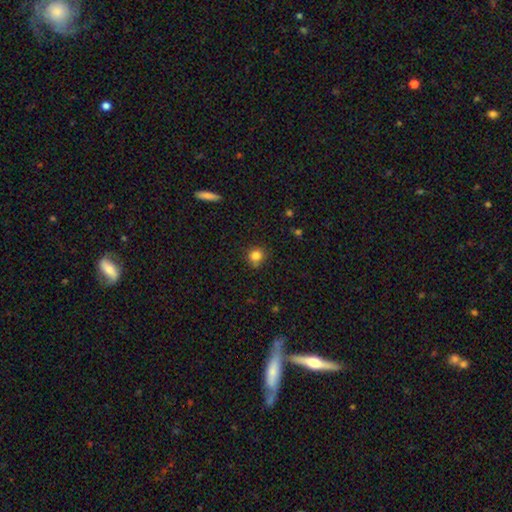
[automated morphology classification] Overall: smooth (82%). How rounded: round (82%). Merging: none (73%).